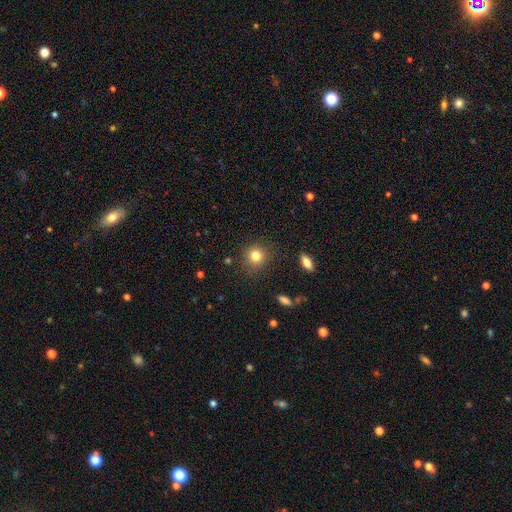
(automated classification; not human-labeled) Smooth or featured? smooth (81%)
How rounded? round (88%)
Merging? none (86%)